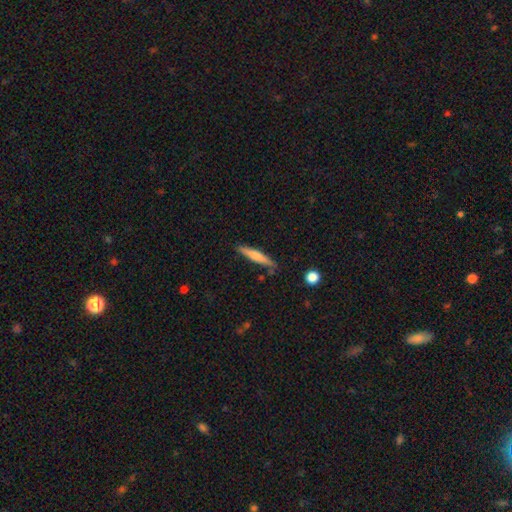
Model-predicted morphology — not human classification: Smooth or featured?
  - smooth: 52% *
  - featured or disk: 42%
  - star or artifact: 6%
How rounded?
  - cigar-shaped: 92% *
  - in between: 7%
  - round: 2%
Merging?
  - none: 85% *
  - minor disturbance: 10%
  - merger: 3%
  - major disturbance: 2%